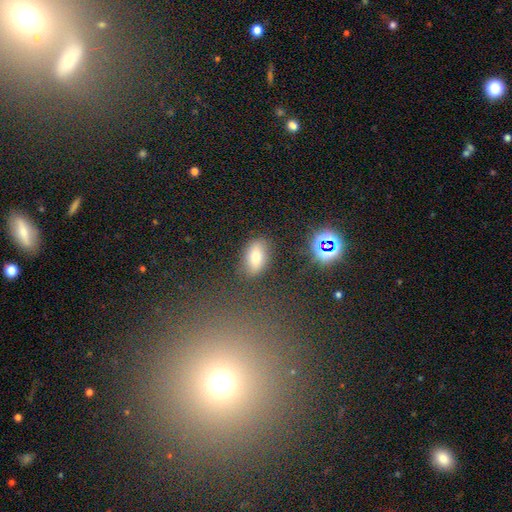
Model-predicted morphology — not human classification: Overall: smooth (76%). How rounded: in between (87%). Merging: none (81%).